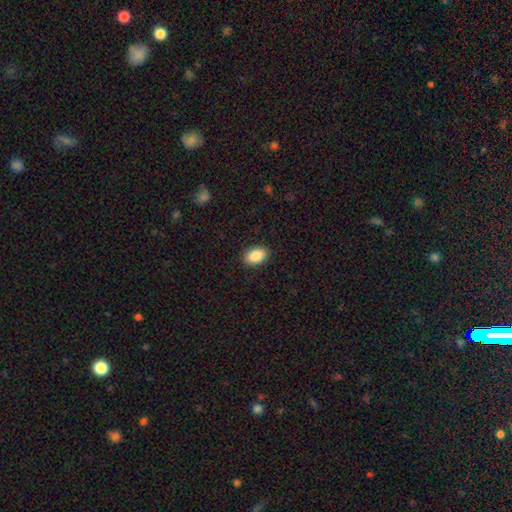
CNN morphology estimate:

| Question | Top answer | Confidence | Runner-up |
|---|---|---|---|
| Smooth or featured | smooth | 88% | star or artifact (7%) |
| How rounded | in between | 91% | round (7%) |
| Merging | none | 90% | minor disturbance (7%) |